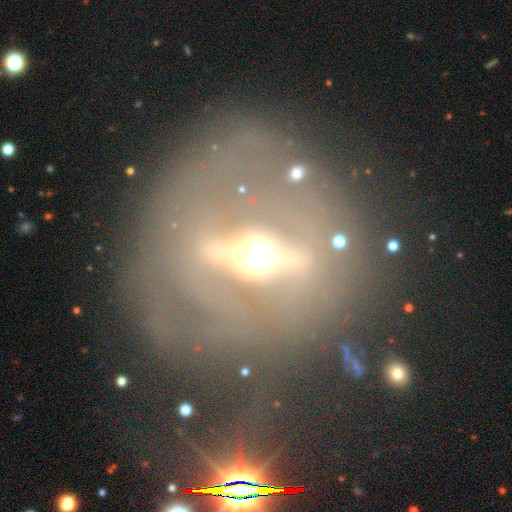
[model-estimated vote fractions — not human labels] Q: Smooth or featured?
A: featured or disk (81%); runner-up: smooth (11%)
Q: Edge-on disk?
A: no (63%); runner-up: yes (37%)
Q: Bar?
A: strong (79%); runner-up: weak (13%)
Q: Spiral arms?
A: no (76%); runner-up: yes (24%)
Q: Bulge size?
A: moderate (71%); runner-up: large (13%)
Q: Merging?
A: none (66%); runner-up: major disturbance (14%)